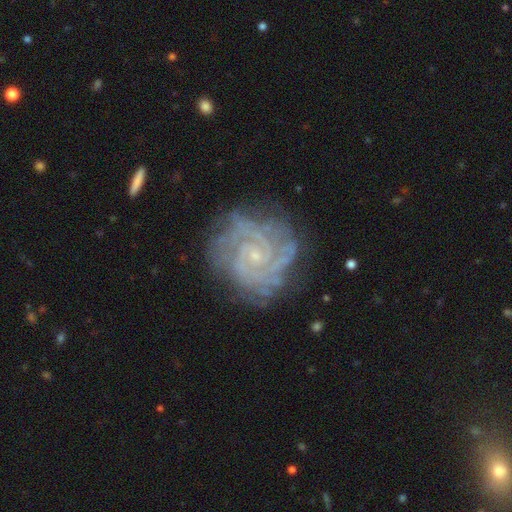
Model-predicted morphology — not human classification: This is clearly a featured or disk galaxy (89%). It is clearly not viewed edge-on (98%). Bar: likely no (66%). Spiral arm pattern: clearly yes (98%). Spiral arm count: marginally 2 (29%). Spiral winding: likely tight (72%). Central bulge: clearly small (82%). Merging: likely none (73%).